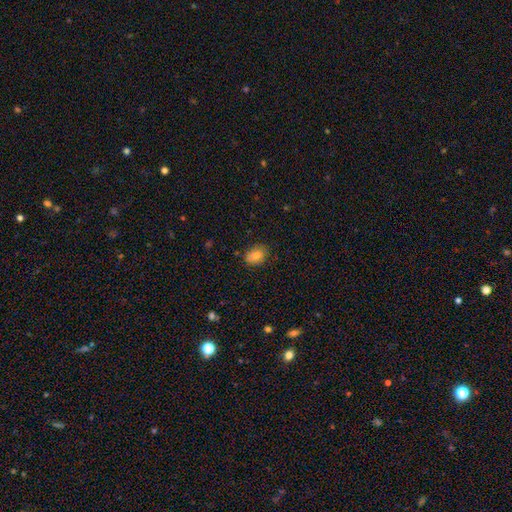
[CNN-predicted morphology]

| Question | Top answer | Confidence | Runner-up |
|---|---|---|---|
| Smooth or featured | smooth | 78% | featured or disk (13%) |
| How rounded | in between | 66% | round (33%) |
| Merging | none | 81% | minor disturbance (15%) |